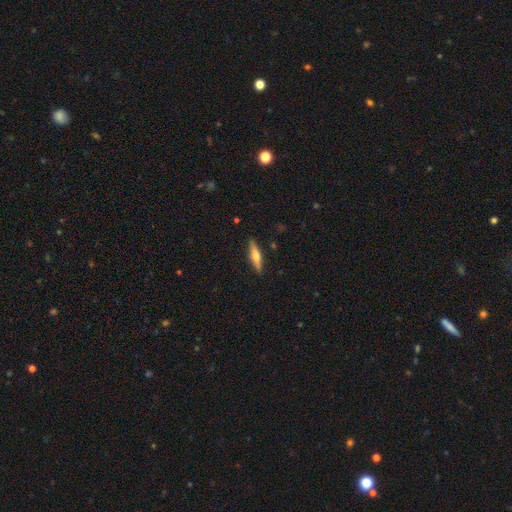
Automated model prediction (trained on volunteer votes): Smooth or featured: featured or disk — 59% (smooth — 35%)
Edge-on disk: yes — 96% (no — 4%)
Edge-on bulge: rounded — 91% (boxy — 5%)
Merging: none — 90% (minor disturbance — 7%)